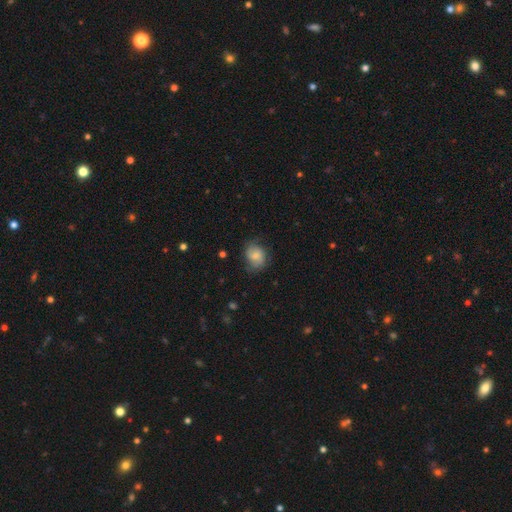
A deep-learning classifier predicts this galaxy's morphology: Smooth or featured: smooth — 69% (featured or disk — 23%)
How rounded: round — 57% (in between — 42%)
Merging: none — 63% (minor disturbance — 26%)